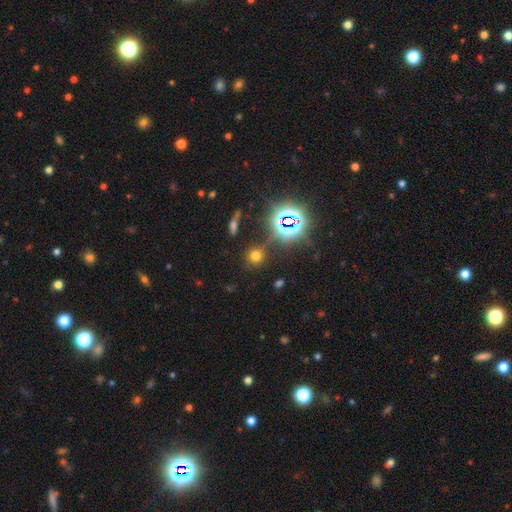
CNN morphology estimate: This is possibly a smooth galaxy (57%). How rounded: clearly round (87%). Merging: likely none (77%).